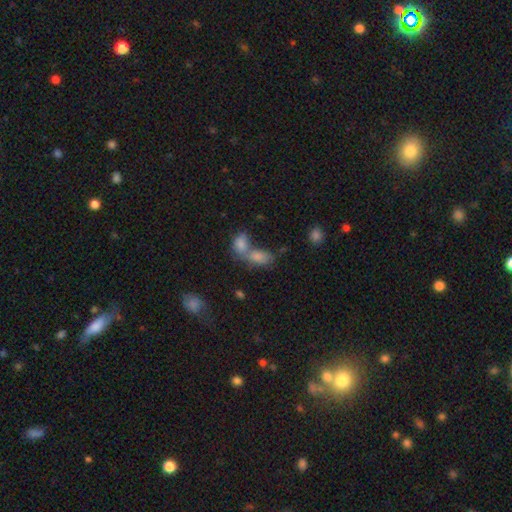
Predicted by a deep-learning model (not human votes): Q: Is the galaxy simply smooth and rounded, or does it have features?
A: smooth — 75%.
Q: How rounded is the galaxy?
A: in between — 85%.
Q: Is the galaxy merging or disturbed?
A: merger — 61%.